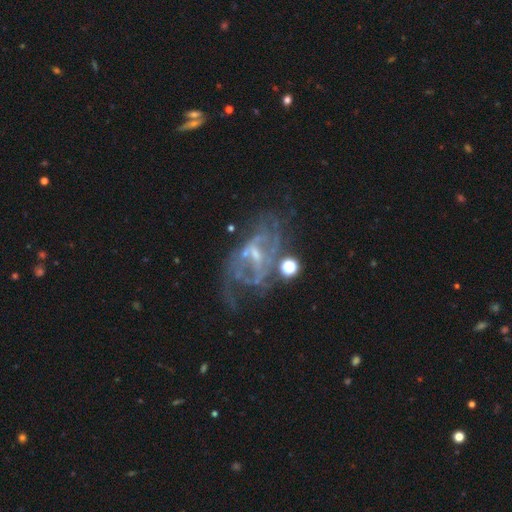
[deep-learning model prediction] The model was most divided on "spiral arm count": can't tell: 40%, 2: 32%, 3: 12%, 1: 6%, 4: 5%, more than 4: 4%. Remaining: edge-on disk — no (96%); smooth or featured — featured or disk (79%); spiral arms — yes (75%); bulge size — small (58%); bar — weak (47%); merging — none (43%); spiral winding — medium (43%).